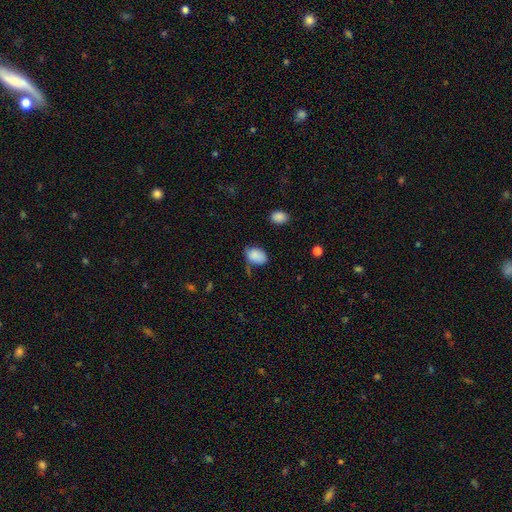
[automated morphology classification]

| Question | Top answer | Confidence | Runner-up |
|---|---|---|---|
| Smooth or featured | smooth | 86% | star or artifact (8%) |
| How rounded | in between | 82% | round (17%) |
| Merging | none | 56% | minor disturbance (31%) |